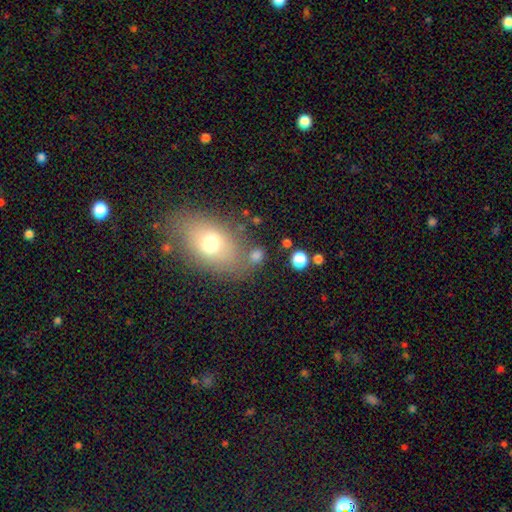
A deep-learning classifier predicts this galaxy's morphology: This appears to be a smooth galaxy with no disk features (75%) that is round (57%). Merging: none (64%).